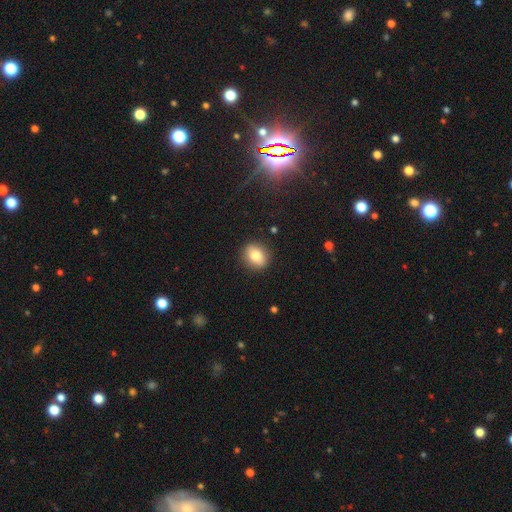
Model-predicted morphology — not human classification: Overall: smooth (80%). How rounded: round (58%; in between 41%). Merging: none (89%).